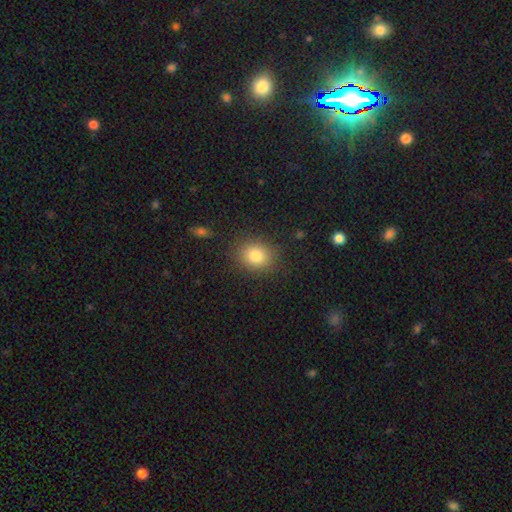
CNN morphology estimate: Smooth or featured?
  - smooth: 81% *
  - star or artifact: 11%
  - featured or disk: 8%
How rounded?
  - round: 58% *
  - in between: 41%
  - cigar-shaped: 1%
Merging?
  - none: 86% *
  - minor disturbance: 10%
  - major disturbance: 3%
  - merger: 1%